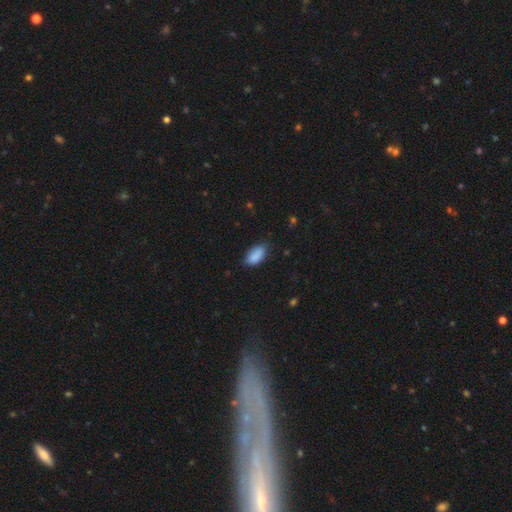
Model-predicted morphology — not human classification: type=smooth (88%); roundness=in between (93%); merging=none (73%).